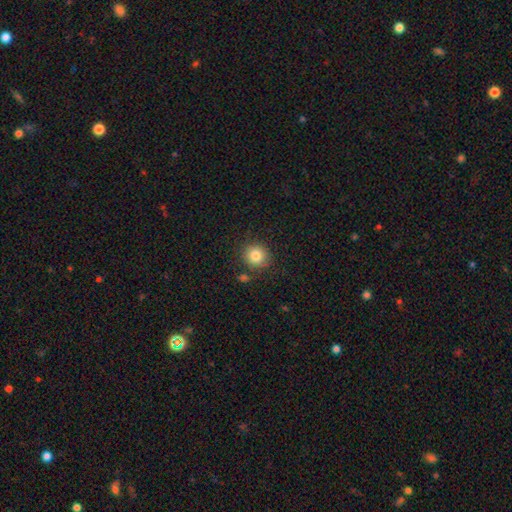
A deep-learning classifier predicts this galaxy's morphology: The model was most divided on "smooth or featured": smooth: 83%, star or artifact: 10%, featured or disk: 7%. More confident: how rounded — round (90%); merging — none (82%).